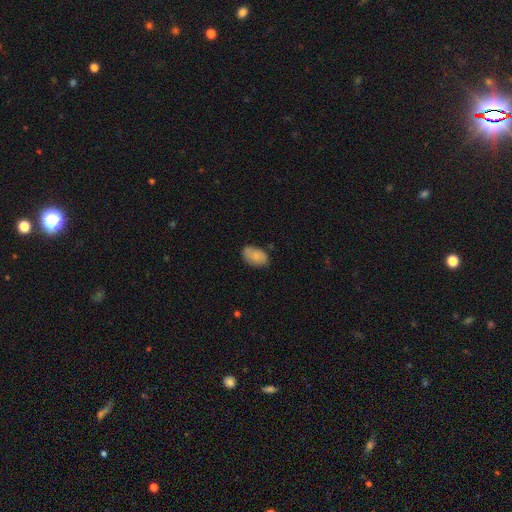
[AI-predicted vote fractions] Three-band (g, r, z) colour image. It shows a smooth galaxy with no disk features (78%) that is in between round and cigar-shaped (90%). Merging: none (74%).